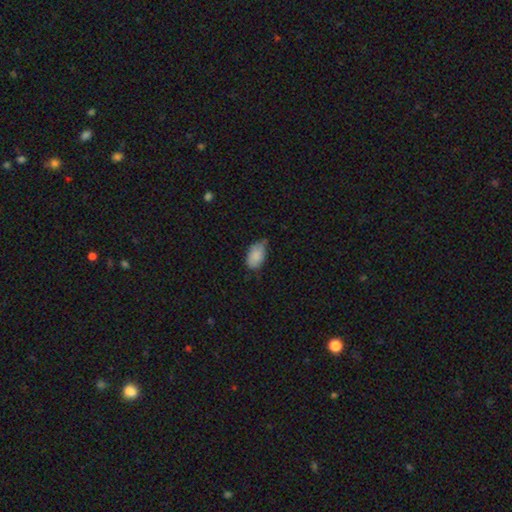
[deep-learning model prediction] Smooth or featured? Predicted: smooth (p=0.85). How rounded? Predicted: in between (p=0.93). Merging? Predicted: none (p=0.48).